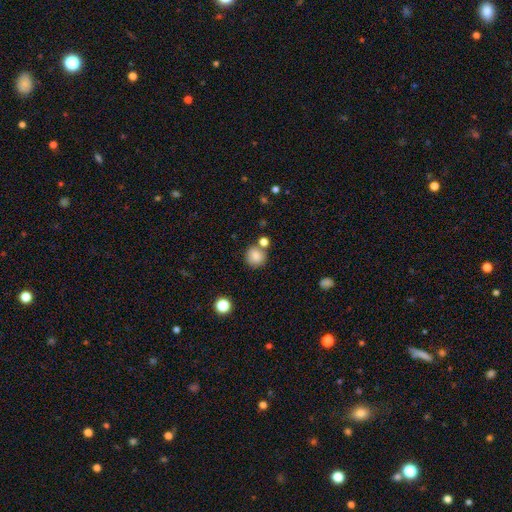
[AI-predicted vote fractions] smooth_or_featured: smooth (p=0.84) [alt: star or artifact p=0.10]
how_rounded: round (p=0.89) [alt: in between p=0.10]
merging: none (p=0.71) [alt: merger p=0.15]